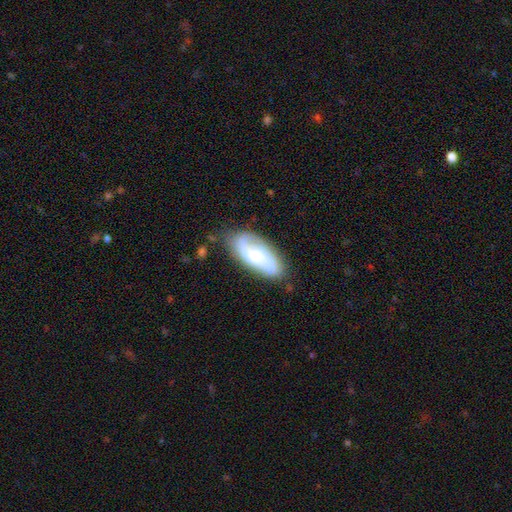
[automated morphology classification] smooth_or_featured: featured or disk (p=0.71) [alt: smooth p=0.23]
disk_edge_on: no (p=0.92) [alt: yes p=0.08]
bar: no (p=0.63) [alt: weak p=0.30]
has_spiral_arms: yes (p=0.88) [alt: no p=0.12]
spiral_winding: medium (p=0.42) [alt: tight p=0.41]
spiral_arm_count: 2 (p=0.66) [alt: can't tell p=0.20]
bulge_size: moderate (p=0.49) [alt: small p=0.39]
merging: none (p=0.75) [alt: minor disturbance p=0.18]